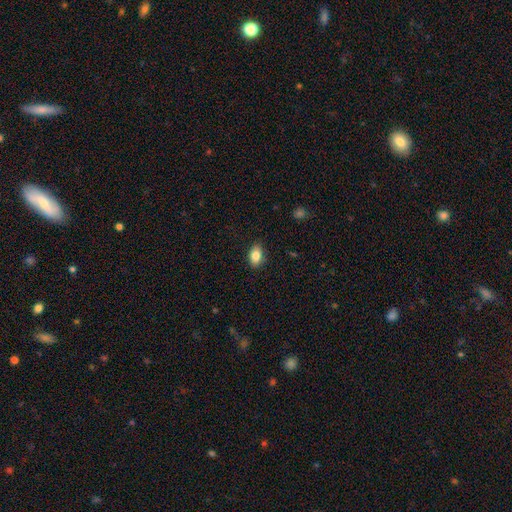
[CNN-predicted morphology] The model was most divided on "smooth or featured": smooth: 84%, featured or disk: 8%, star or artifact: 8%. More confident: how rounded — in between (88%); merging — none (88%).